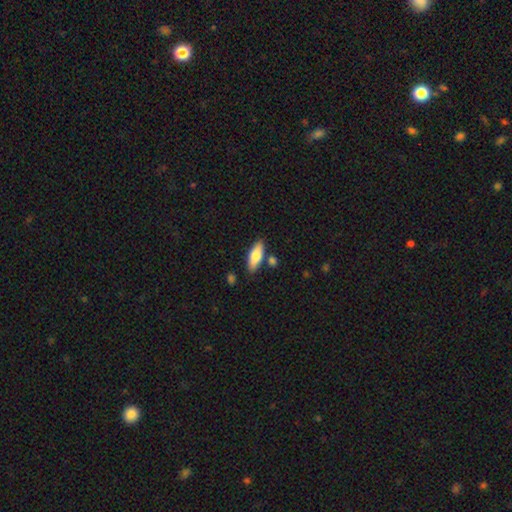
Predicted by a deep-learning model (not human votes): Smooth or featured: smooth — 75% (featured or disk — 19%)
How rounded: in between — 67% (cigar-shaped — 31%)
Merging: none — 80% (minor disturbance — 11%)